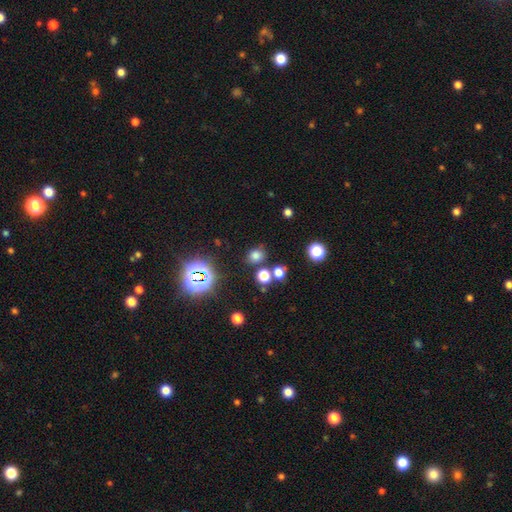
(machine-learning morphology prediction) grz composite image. It shows a smooth galaxy with no disk features (67%) that is round (68%). Merging: none (77%).